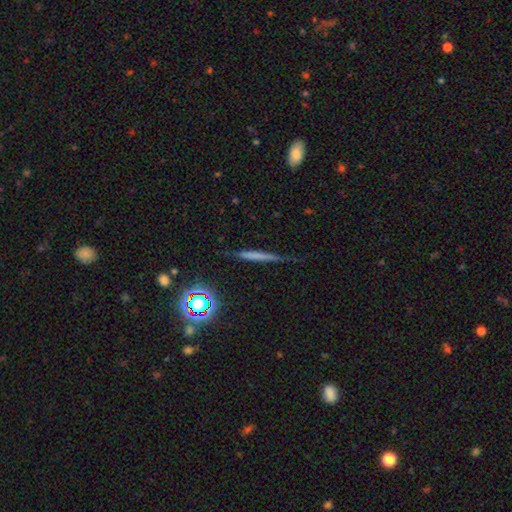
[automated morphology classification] smooth-or-featured: smooth: 48% | featured or disk: 38% | star or artifact: 14%
  merging: none: 75% | minor disturbance: 18% | major disturbance: 5% | merger: 2%